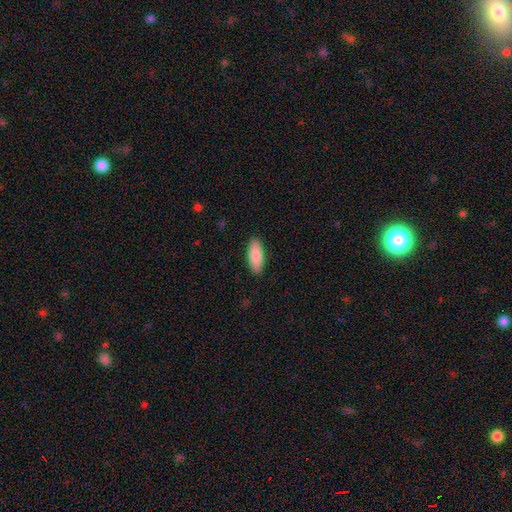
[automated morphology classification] type=smooth (85%); roundness=in between (77%); merging=none (89%).